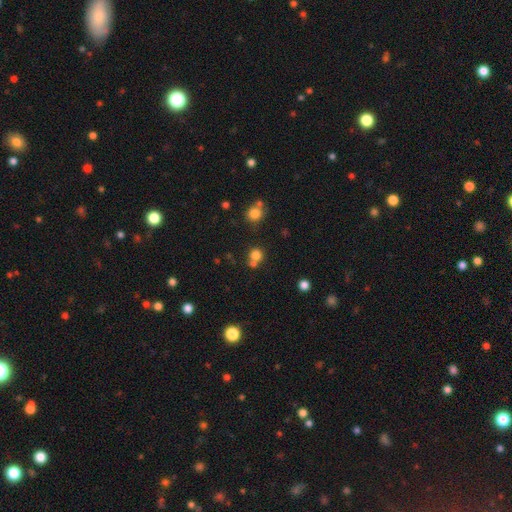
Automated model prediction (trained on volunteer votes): Smooth or featured? Predicted: smooth (p=0.76). How rounded? Predicted: round (p=0.88). Merging? Predicted: none (p=0.57).